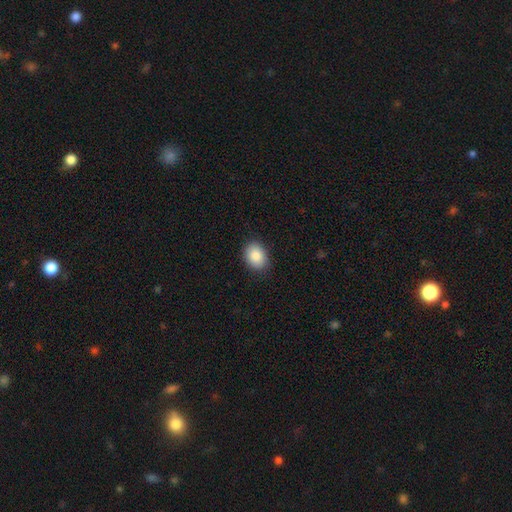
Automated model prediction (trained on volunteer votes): Q: Smooth or featured?
A: smooth (88%); runner-up: star or artifact (7%)
Q: How rounded?
A: in between (65%); runner-up: round (34%)
Q: Merging?
A: none (86%); runner-up: minor disturbance (10%)